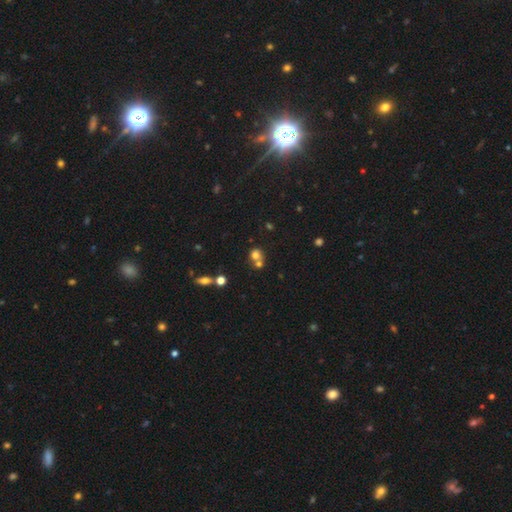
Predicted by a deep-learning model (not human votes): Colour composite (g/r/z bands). It shows a smooth galaxy with no disk features (71%) that is round (80%). Merging: merger (47%).